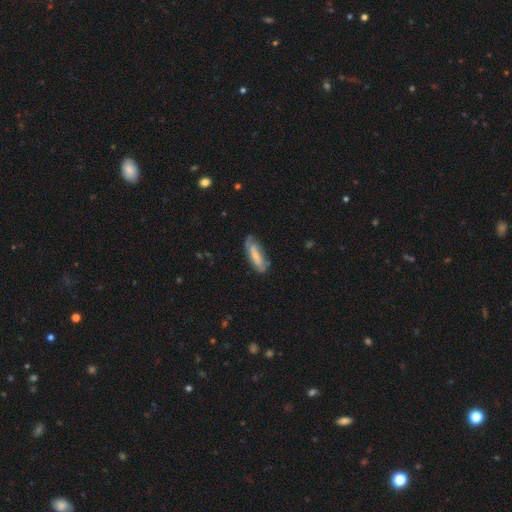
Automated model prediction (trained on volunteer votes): Smooth or featured? Predicted: smooth (p=0.50). How rounded? Predicted: in between (p=0.55). Merging? Predicted: none (p=0.65).